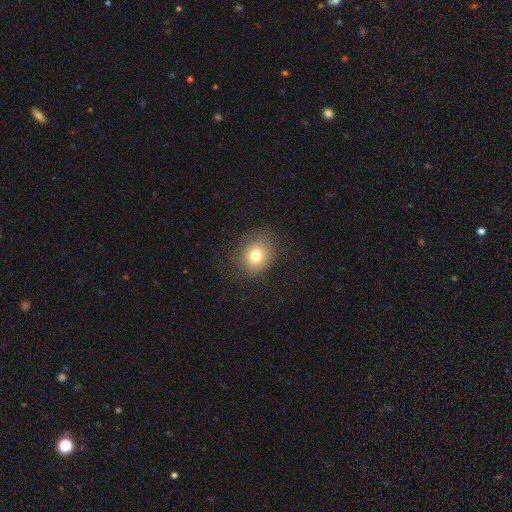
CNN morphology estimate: Smooth or featured? smooth (75%)
How rounded? round (66%)
Merging? none (70%)